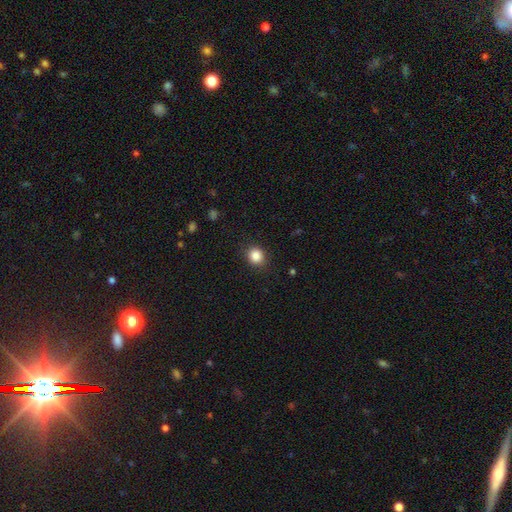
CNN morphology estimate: This is clearly a smooth galaxy (86%). How rounded: clearly round (80%). Merging: clearly none (86%).